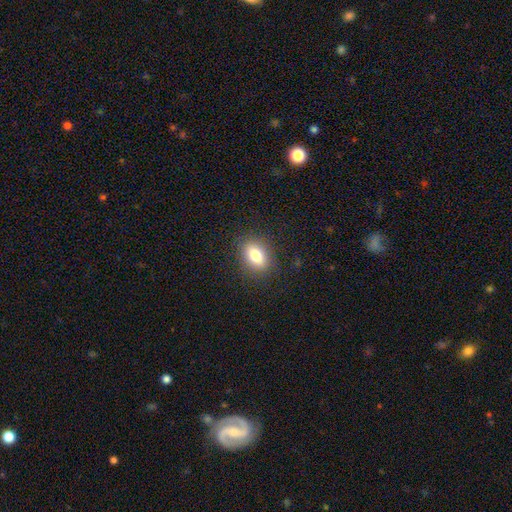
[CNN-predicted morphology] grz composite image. It shows a smooth galaxy with no disk features (81%) that is in between round and cigar-shaped (79%). Merging: none (86%).